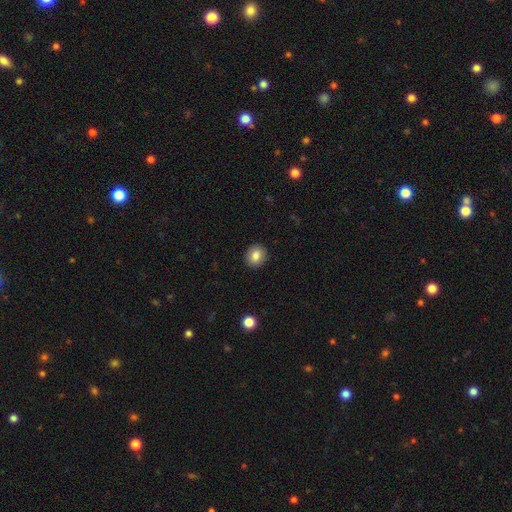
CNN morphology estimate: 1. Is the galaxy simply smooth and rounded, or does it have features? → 84% smooth, 9% star or artifact, 8% featured or disk.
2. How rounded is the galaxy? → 73% round, 26% in between, 1% cigar-shaped.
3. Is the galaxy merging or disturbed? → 90% none, 7% minor disturbance, 2% major disturbance, 1% merger.